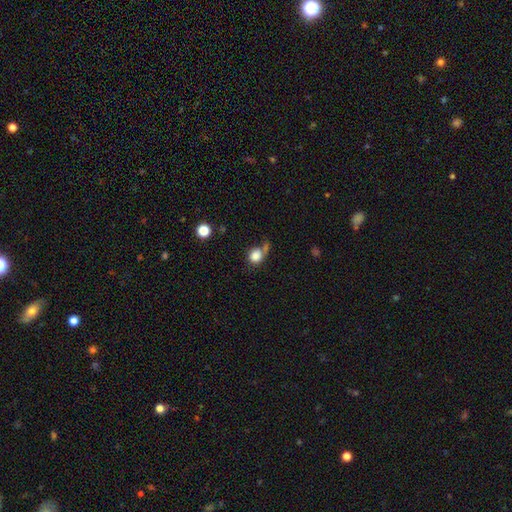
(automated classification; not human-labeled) smooth 82%, star or artifact 10%, featured or disk 8%. Down the decision tree: how rounded — round (72%); merging — none (43%).